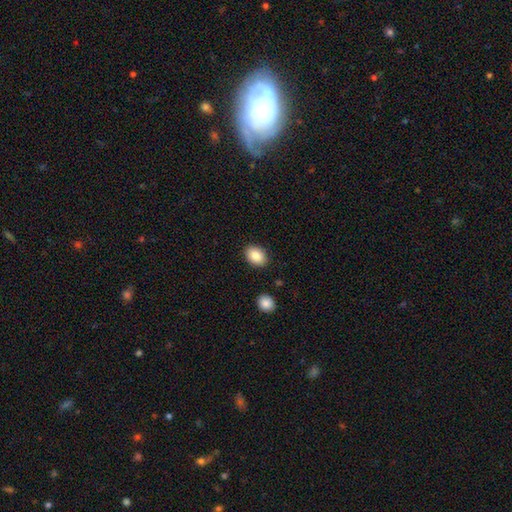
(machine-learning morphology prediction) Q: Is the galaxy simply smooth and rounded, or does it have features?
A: smooth — 87%.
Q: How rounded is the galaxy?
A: in between — 72%.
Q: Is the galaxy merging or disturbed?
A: none — 88%.